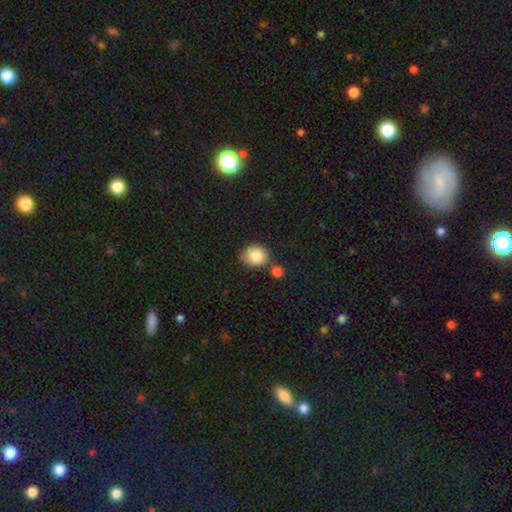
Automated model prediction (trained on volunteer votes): This appears to be a smooth galaxy with no disk features (83%) that is round (66%). Merging: none (60%).